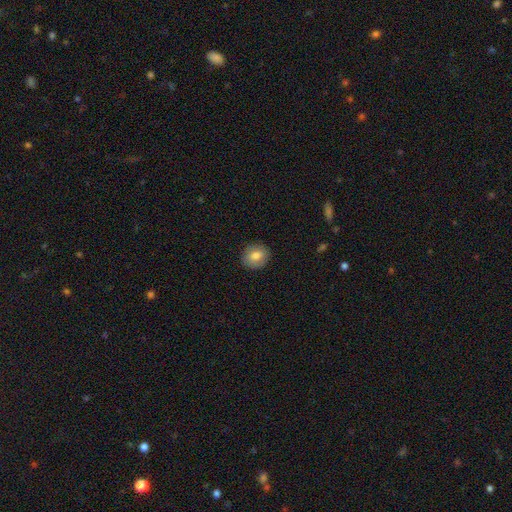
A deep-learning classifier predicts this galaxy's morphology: Smooth or featured: smooth — 80% (featured or disk — 12%)
How rounded: round — 69% (in between — 30%)
Merging: none — 88% (minor disturbance — 9%)